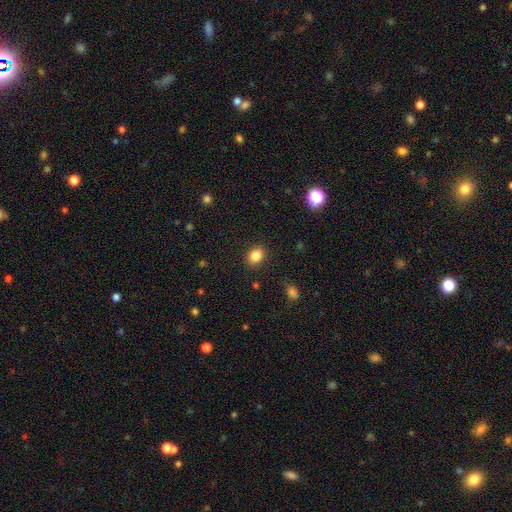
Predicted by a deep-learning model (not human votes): A smooth galaxy with no disk features (85%) that is in between round and cigar-shaped (57%). Merging: none (89%).